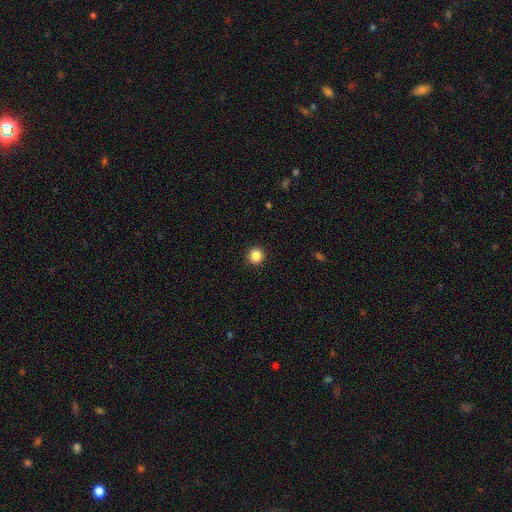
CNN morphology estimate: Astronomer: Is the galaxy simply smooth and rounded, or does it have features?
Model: smooth — 86%.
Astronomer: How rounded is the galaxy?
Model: round — 93%.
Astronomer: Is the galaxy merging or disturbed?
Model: none — 92%.